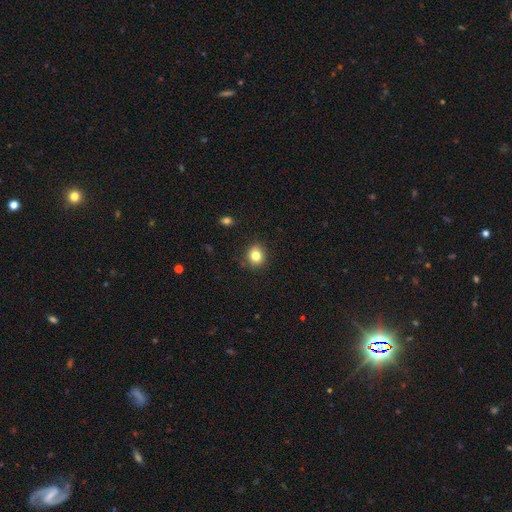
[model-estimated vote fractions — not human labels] Smooth or featured? Predicted: smooth (p=0.82). How rounded? Predicted: round (p=0.74). Merging? Predicted: none (p=0.85).